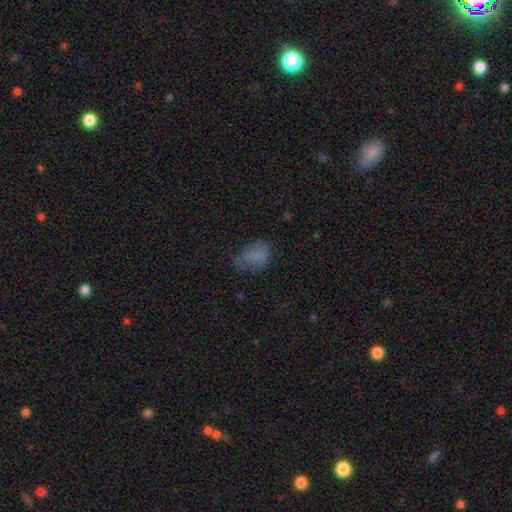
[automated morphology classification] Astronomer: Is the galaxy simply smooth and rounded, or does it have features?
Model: smooth — 70%.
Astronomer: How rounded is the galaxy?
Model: in between — 81%.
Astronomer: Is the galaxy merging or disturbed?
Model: none — 55%.